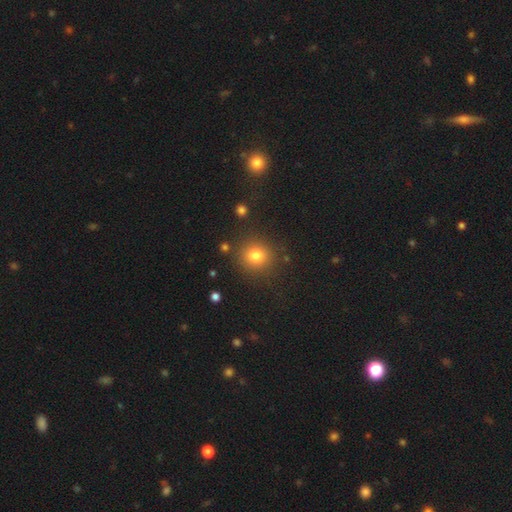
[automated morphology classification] smooth 80%, star or artifact 13%, featured or disk 7%. Down the decision tree: how rounded — round (90%); merging — none (86%).